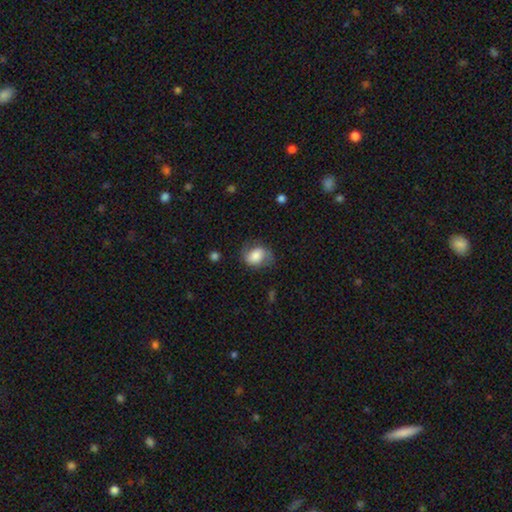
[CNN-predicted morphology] The model was most divided on "how rounded": in between: 64%, round: 35%, cigar-shaped: 1%. More confident: smooth or featured — smooth (69%); merging — none (59%).